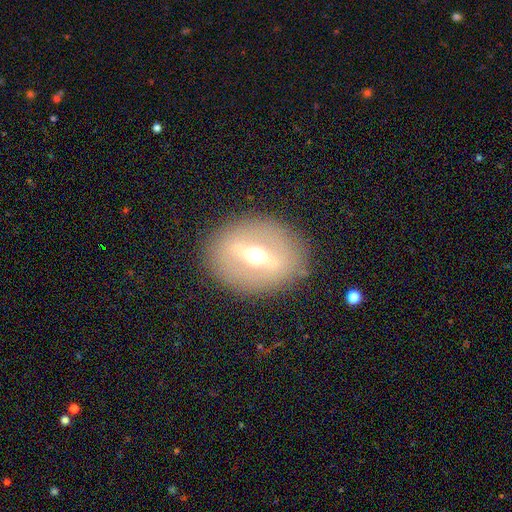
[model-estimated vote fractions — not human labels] Overall: featured or disk (63%; smooth 29%). Edge-on disk: no (73%). Merging: none (84%).